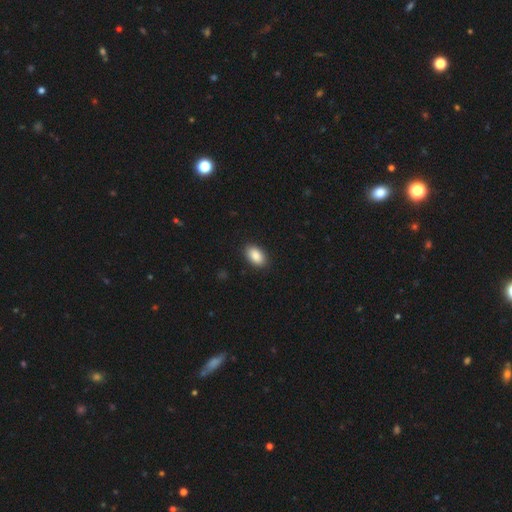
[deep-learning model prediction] Morphology: type=smooth (89%); roundness=in between (93%); merging=none (89%).